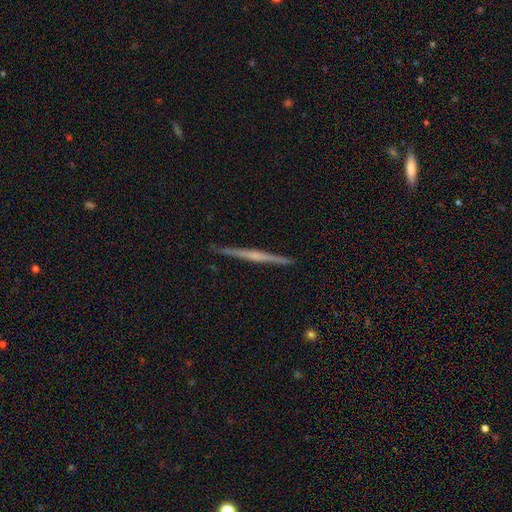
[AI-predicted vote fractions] featured or disk 75%, smooth 19%, star or artifact 6%. Down the decision tree: edge-on disk — yes (99%); edge-on bulge — rounded (47%); merging — none (92%).